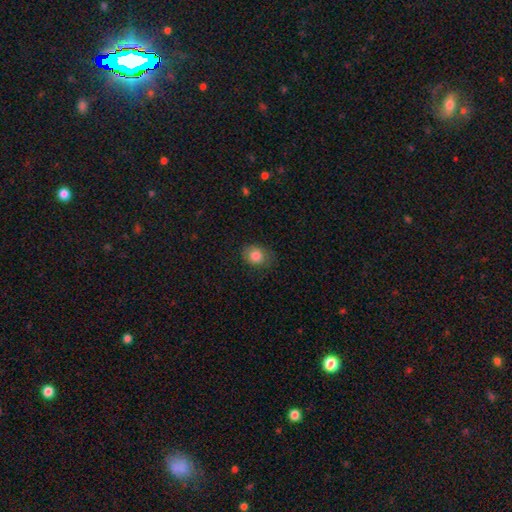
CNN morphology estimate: Overall: smooth (83%). How rounded: round (59%; in between 40%). Merging: none (76%).